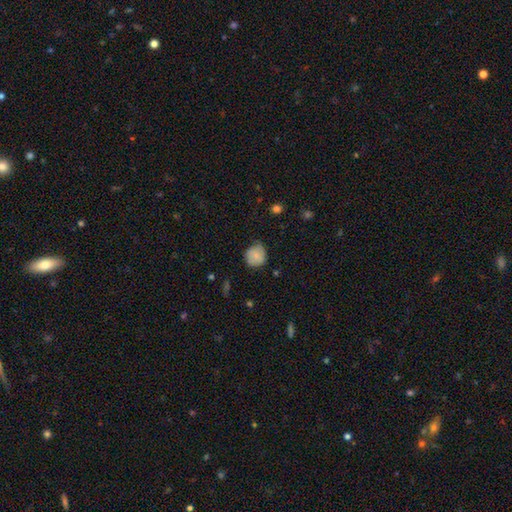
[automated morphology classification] Smooth or featured: smooth — 78% (featured or disk — 14%)
How rounded: round — 81% (in between — 18%)
Merging: none — 64% (minor disturbance — 29%)